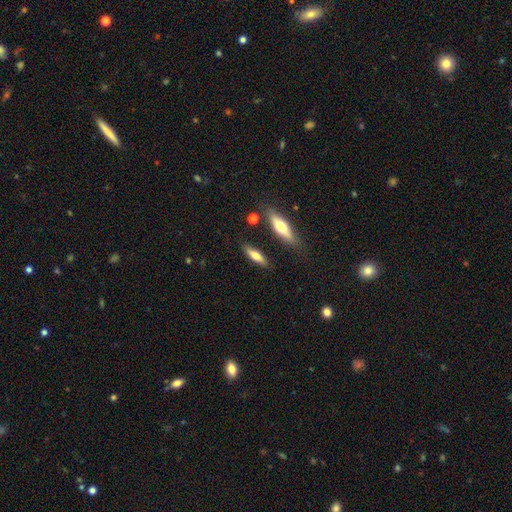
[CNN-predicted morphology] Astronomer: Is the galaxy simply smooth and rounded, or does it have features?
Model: smooth — 62%.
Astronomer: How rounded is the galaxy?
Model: cigar-shaped — 61% (runner-up: in between, 36%).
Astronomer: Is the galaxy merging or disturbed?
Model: none — 81%.